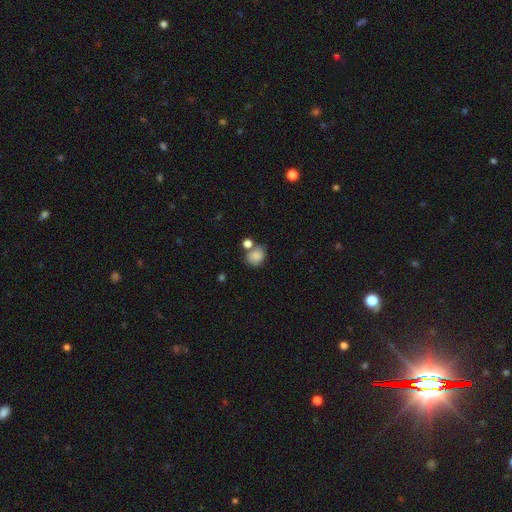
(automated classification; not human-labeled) Q: Smooth or featured?
A: smooth (83%); runner-up: star or artifact (9%)
Q: How rounded?
A: round (67%); runner-up: in between (32%)
Q: Merging?
A: none (49%); runner-up: merger (29%)